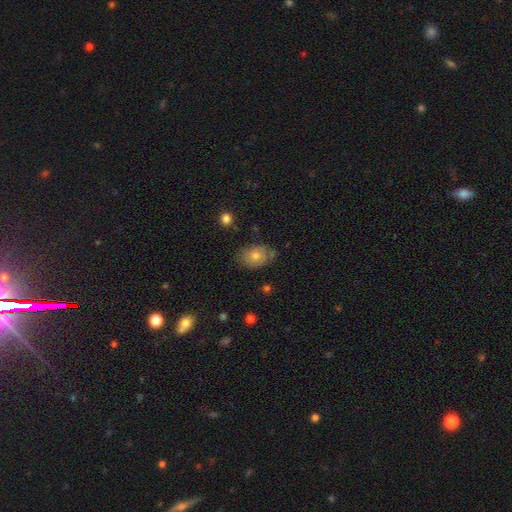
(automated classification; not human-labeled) A smooth galaxy with no disk features (59%) that is in between round and cigar-shaped (76%). Merging: none (74%).